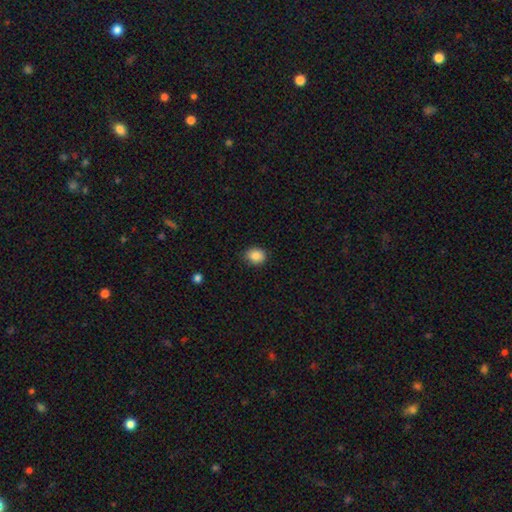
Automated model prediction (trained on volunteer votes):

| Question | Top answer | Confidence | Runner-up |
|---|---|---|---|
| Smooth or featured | smooth | 87% | star or artifact (9%) |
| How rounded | round | 60% | in between (39%) |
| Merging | none | 85% | minor disturbance (12%) |